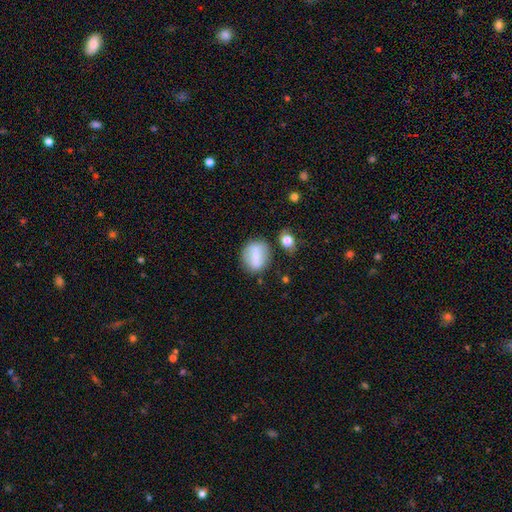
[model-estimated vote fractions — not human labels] This is likely a smooth galaxy (66%). How rounded: possibly round (51%). Merging: likely none (72%).